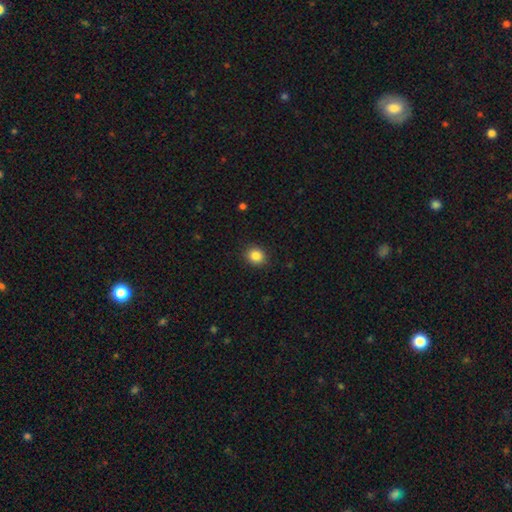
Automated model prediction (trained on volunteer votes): This appears to be a smooth galaxy with no disk features (85%) that is round (72%). Merging: none (90%).